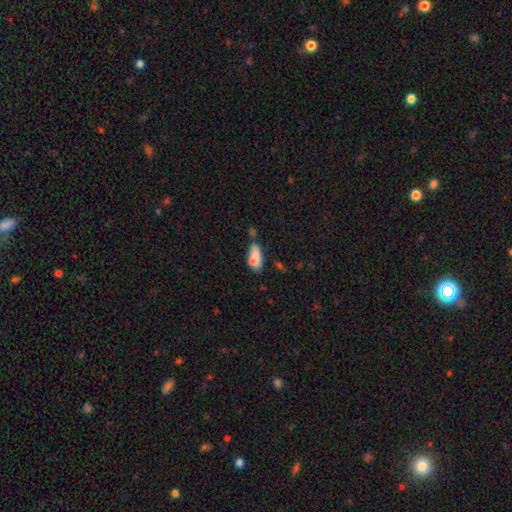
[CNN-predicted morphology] The model was most divided on "merging": none: 42%, minor disturbance: 30%, merger: 18%, major disturbance: 11%. More confident: how rounded — in between (83%); smooth or featured — smooth (77%).